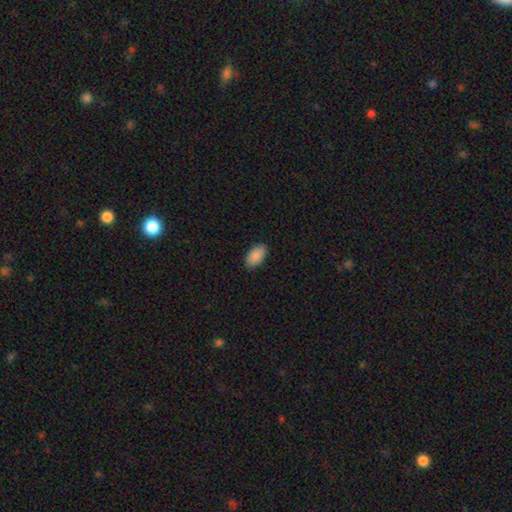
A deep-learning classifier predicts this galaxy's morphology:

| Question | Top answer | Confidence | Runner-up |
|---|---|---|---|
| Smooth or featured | smooth | 90% | star or artifact (6%) |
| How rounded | in between | 95% | round (3%) |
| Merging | none | 88% | minor disturbance (9%) |